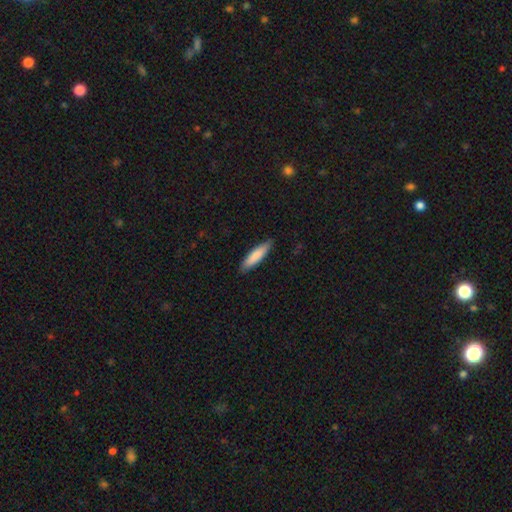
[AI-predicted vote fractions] Smooth or featured?
  - smooth: 83% *
  - featured or disk: 12%
  - star or artifact: 5%
How rounded?
  - cigar-shaped: 75% *
  - in between: 24%
  - round: 1%
Merging?
  - none: 88% *
  - minor disturbance: 9%
  - major disturbance: 2%
  - merger: 1%